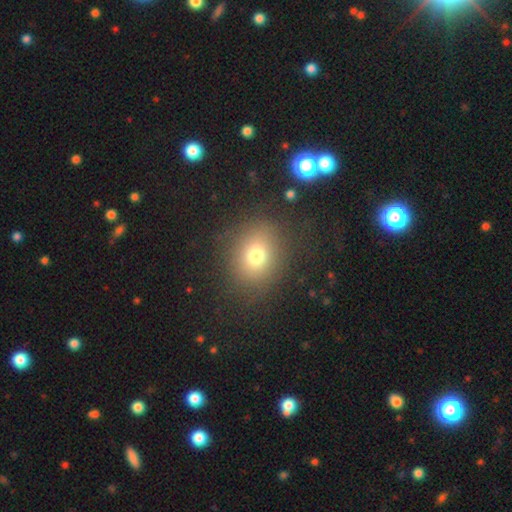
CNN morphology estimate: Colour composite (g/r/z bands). It shows a smooth galaxy with no disk features (74%) that is round (65%). Merging: none (82%).